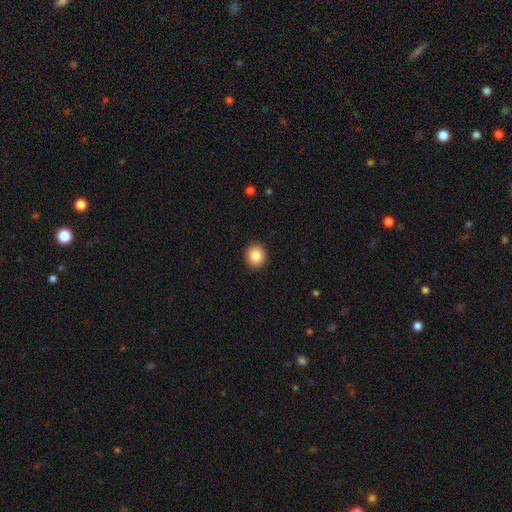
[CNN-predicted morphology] Smooth or featured?
  - smooth: 85% *
  - star or artifact: 9%
  - featured or disk: 6%
How rounded?
  - round: 86% *
  - in between: 13%
  - cigar-shaped: 1%
Merging?
  - none: 92% *
  - minor disturbance: 5%
  - major disturbance: 2%
  - merger: 1%